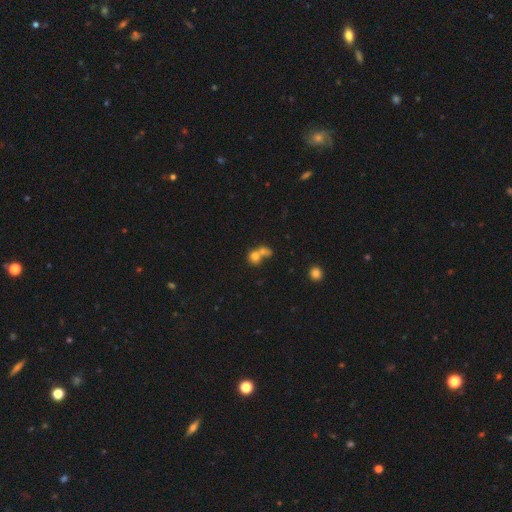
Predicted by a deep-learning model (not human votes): A smooth galaxy with no disk features (73%) that is round (76%).

Vote fractions:
- Smooth or featured? smooth: 73% / featured or disk: 15% / star or artifact: 12%
- How rounded? round: 76% / in between: 22% / cigar-shaped: 2%
- Merging? merger: 62% / none: 27% / minor disturbance: 6% / major disturbance: 5%